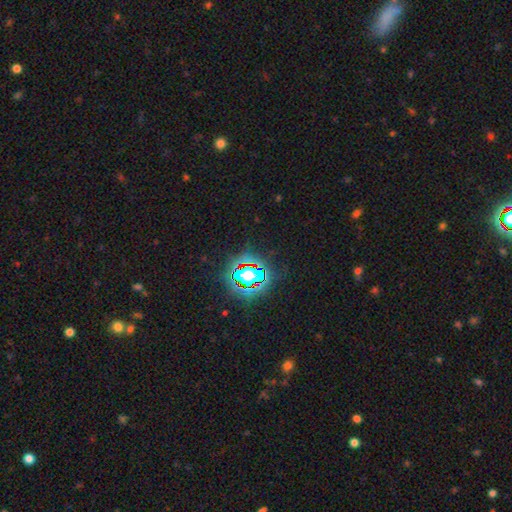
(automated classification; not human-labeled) Smooth or featured? star or artifact (80%)